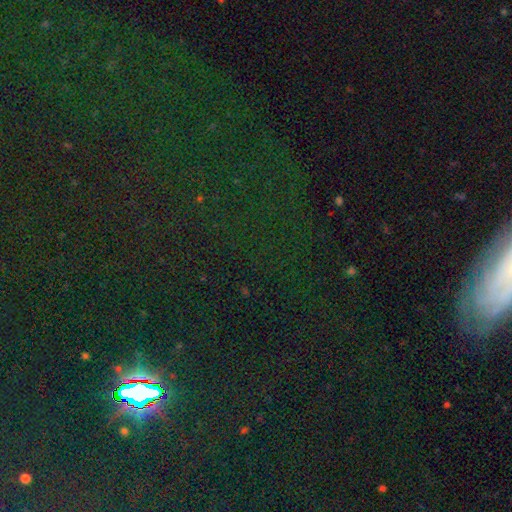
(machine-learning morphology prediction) A star or artifact, not a galaxy (83%).